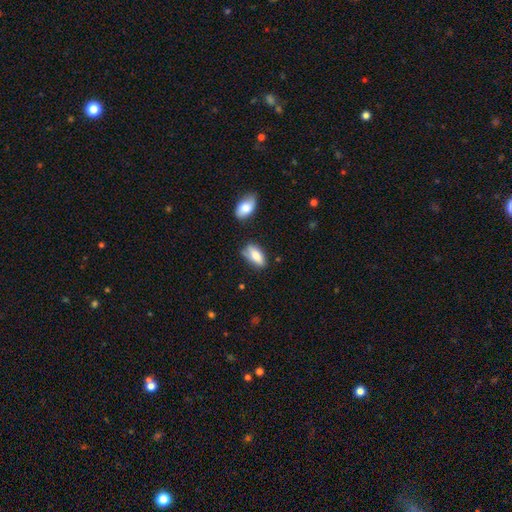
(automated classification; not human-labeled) Smooth or featured? Predicted: smooth (p=0.78). How rounded? Predicted: in between (p=0.84). Merging? Predicted: none (p=0.59).